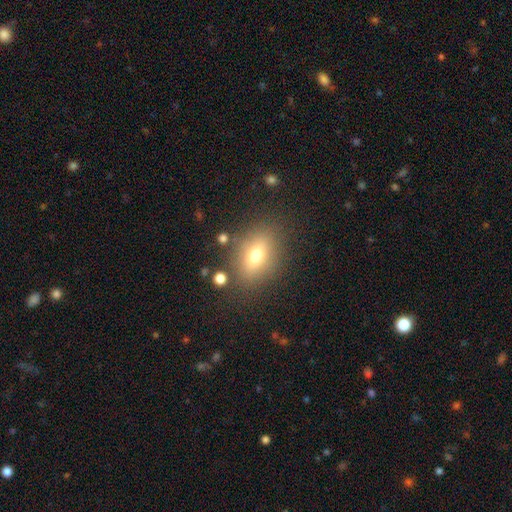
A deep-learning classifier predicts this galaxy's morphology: smooth_or_featured: smooth (p=0.67) [alt: featured or disk p=0.21]
how_rounded: in between (p=0.76) [alt: round p=0.18]
merging: none (p=0.80) [alt: minor disturbance p=0.12]